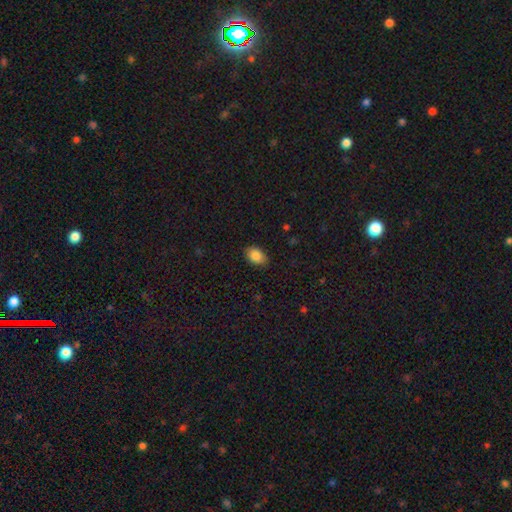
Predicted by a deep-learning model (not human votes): smooth_or_featured: smooth (p=0.86) [alt: star or artifact p=0.08]
how_rounded: in between (p=0.85) [alt: round p=0.14]
merging: none (p=0.84) [alt: minor disturbance p=0.13]